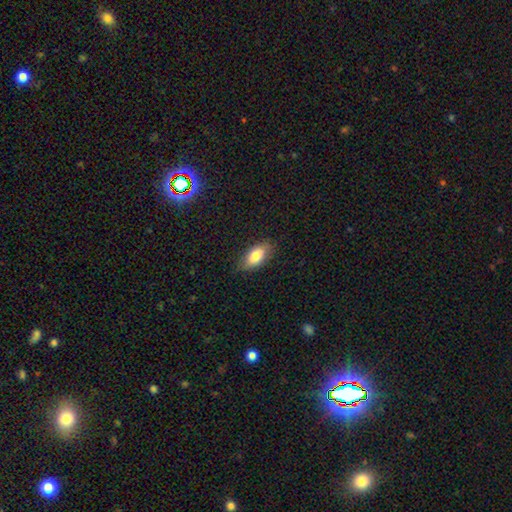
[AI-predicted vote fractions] A smooth galaxy with no disk features (79%) that is in between round and cigar-shaped (89%). Merging: none (80%).